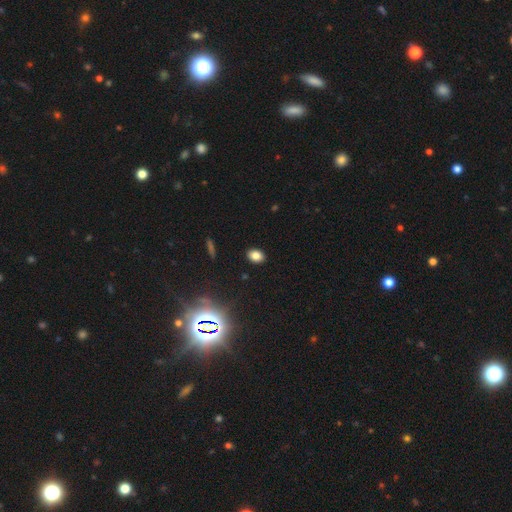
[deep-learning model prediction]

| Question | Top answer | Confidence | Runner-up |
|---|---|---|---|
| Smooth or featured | smooth | 82% | star or artifact (12%) |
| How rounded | in between | 75% | round (23%) |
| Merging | none | 90% | minor disturbance (7%) |